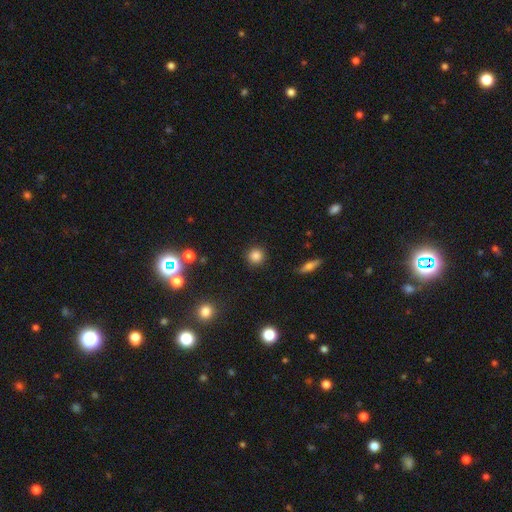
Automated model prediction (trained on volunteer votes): The model was most divided on "smooth or featured": smooth: 84%, star or artifact: 11%, featured or disk: 5%. More confident: how rounded — round (93%); merging — none (91%).